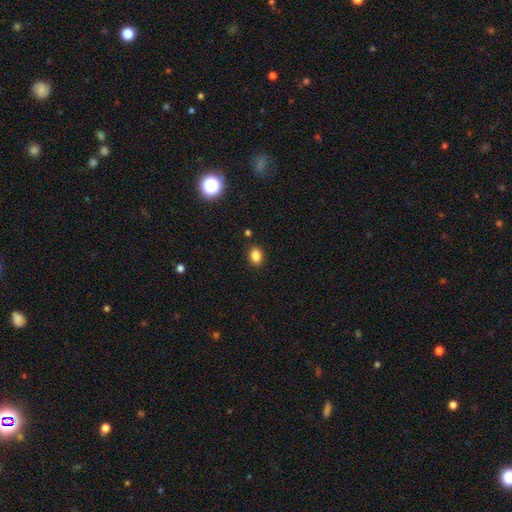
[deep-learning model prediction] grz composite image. It shows a smooth galaxy with no disk features (85%) that is in between round and cigar-shaped (63%). Merging: none (87%).